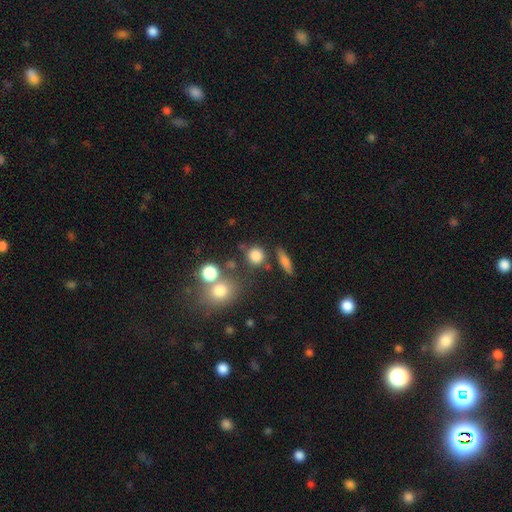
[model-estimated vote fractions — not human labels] This is likely a smooth galaxy (79%). How rounded: clearly round (85%). Merging: likely none (70%).